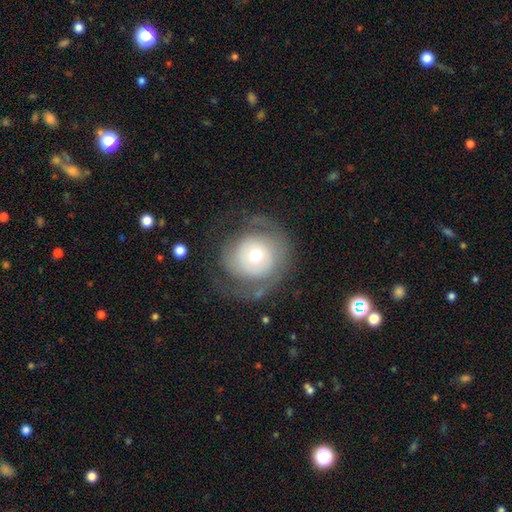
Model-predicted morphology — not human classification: A featured or disk galaxy (65%) with no bar (82%), spiral arms (78%) and a moderate central bulge (52%).

Vote fractions:
- Smooth or featured? featured or disk: 65% / smooth: 28% / star or artifact: 7%
- Edge-on disk? no: 97% / yes: 3%
- Bar? no: 82% / weak: 14% / strong: 4%
- Spiral arms? yes: 78% / no: 22%
- Bulge size? moderate: 52% / small: 38% / large: 7% / dominant: 2% / none: 1%
- Merging? none: 59% / major disturbance: 22% / minor disturbance: 18% / merger: 2%